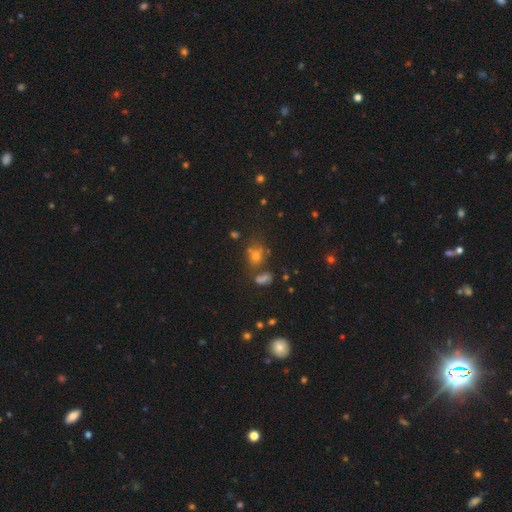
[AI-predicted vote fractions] A smooth galaxy with no disk features (55%) that is round (56%). Merging: none (57%).